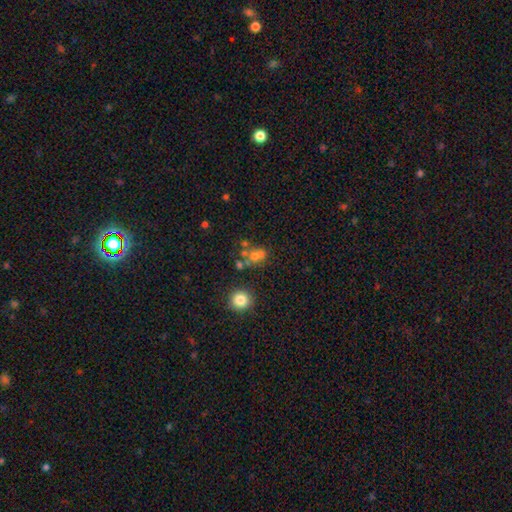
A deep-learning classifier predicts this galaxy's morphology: Smooth or featured?
  - smooth: 58% *
  - featured or disk: 22%
  - star or artifact: 20%
How rounded?
  - round: 67% *
  - in between: 31%
  - cigar-shaped: 2%
Merging?
  - none: 41% *
  - merger: 39%
  - minor disturbance: 11%
  - major disturbance: 8%